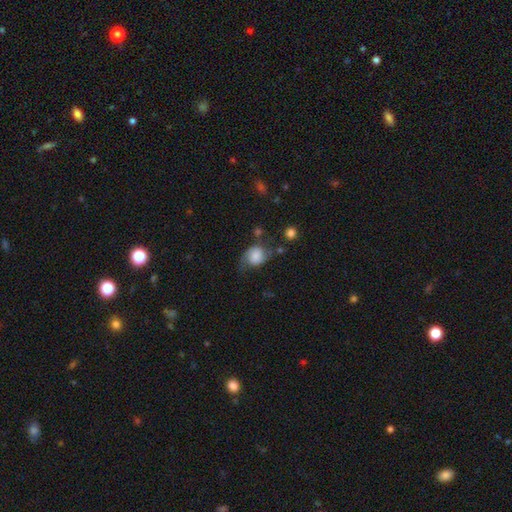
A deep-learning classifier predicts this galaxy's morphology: Smooth or featured?
  - smooth: 54% *
  - featured or disk: 37%
  - star or artifact: 10%
How rounded?
  - in between: 52% *
  - round: 47%
  - cigar-shaped: 1%
Merging?
  - none: 46% *
  - minor disturbance: 30%
  - major disturbance: 19%
  - merger: 5%